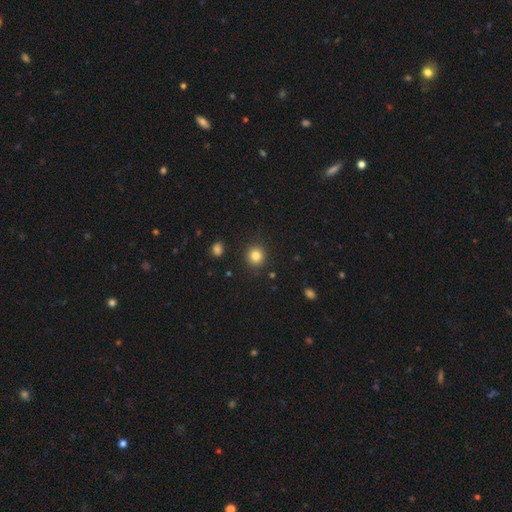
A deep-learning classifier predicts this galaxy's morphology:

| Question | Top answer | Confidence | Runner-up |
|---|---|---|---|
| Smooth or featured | smooth | 83% | star or artifact (11%) |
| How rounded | round | 91% | in between (8%) |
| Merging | none | 89% | minor disturbance (7%) |